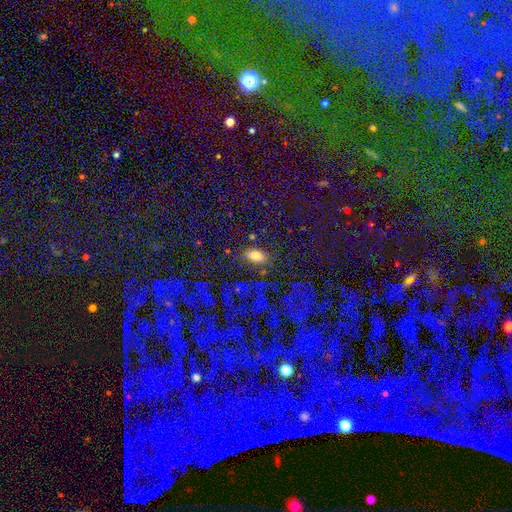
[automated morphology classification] A smooth galaxy with no disk features (74%) that is in between round and cigar-shaped (88%). Merging: none (77%).